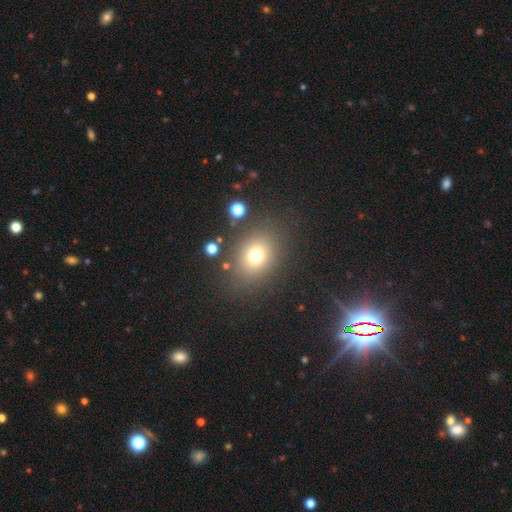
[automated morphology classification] This appears to be a smooth galaxy with no disk features (72%) that is round (55%). Merging: none (82%).